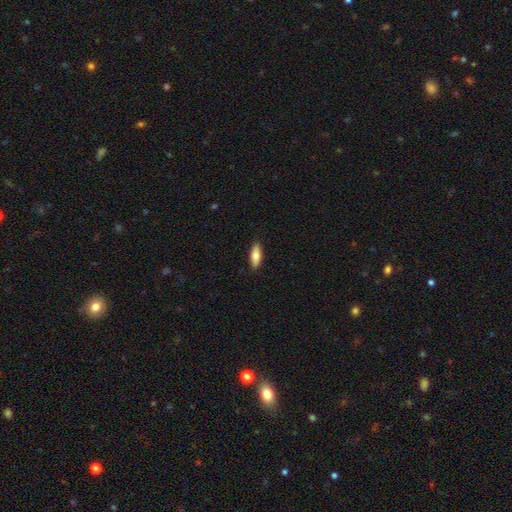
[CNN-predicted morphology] type=smooth (77%); roundness=in between (62%); merging=none (89%).